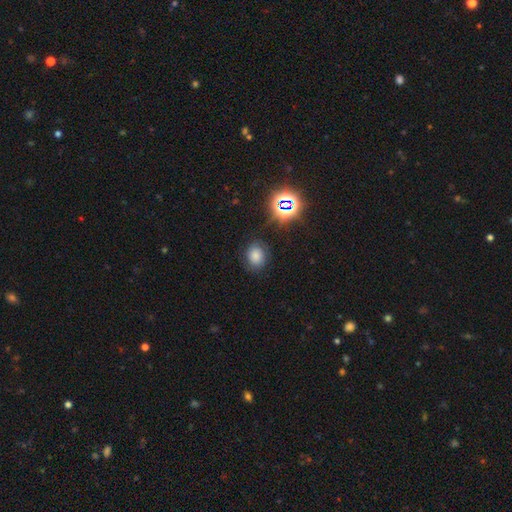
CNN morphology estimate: Smooth or featured?
  - smooth: 67% *
  - star or artifact: 21%
  - featured or disk: 12%
How rounded?
  - round: 54% *
  - in between: 45%
  - cigar-shaped: 1%
Merging?
  - none: 78% *
  - minor disturbance: 15%
  - major disturbance: 5%
  - merger: 2%